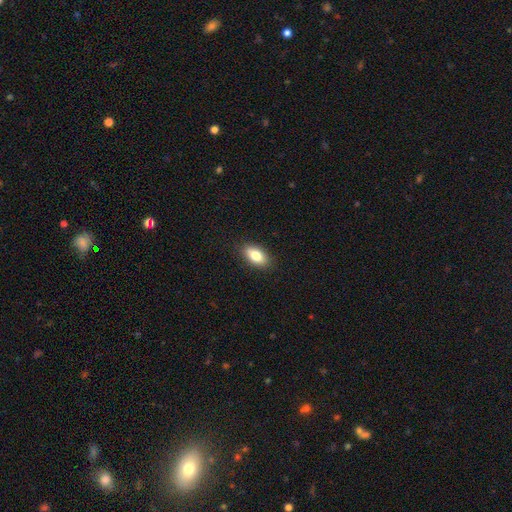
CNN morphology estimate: Q: Smooth or featured?
A: smooth (80%); runner-up: featured or disk (13%)
Q: How rounded?
A: in between (89%); runner-up: round (6%)
Q: Merging?
A: none (88%); runner-up: minor disturbance (9%)